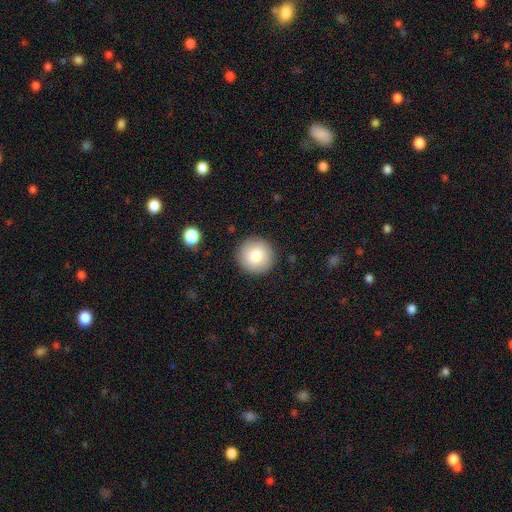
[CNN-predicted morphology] This appears to be a smooth galaxy with no disk features (79%) that is round (95%). Merging: none (90%).